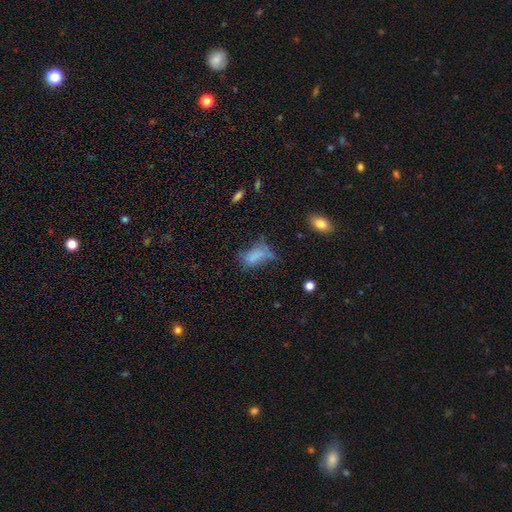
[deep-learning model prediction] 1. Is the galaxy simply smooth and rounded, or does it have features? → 69% smooth, 17% featured or disk, 14% star or artifact.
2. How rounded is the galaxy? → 87% in between, 7% cigar-shaped, 6% round.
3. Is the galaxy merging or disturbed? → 33% major disturbance, 30% minor disturbance, 29% none, 8% merger.